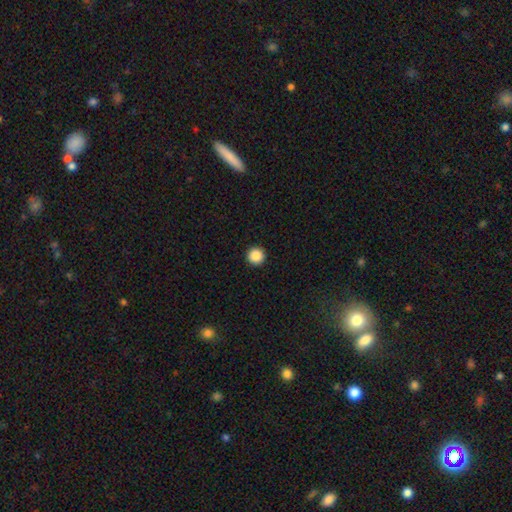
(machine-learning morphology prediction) Smooth or featured? smooth (88%)
How rounded? round (97%)
Merging? none (94%)